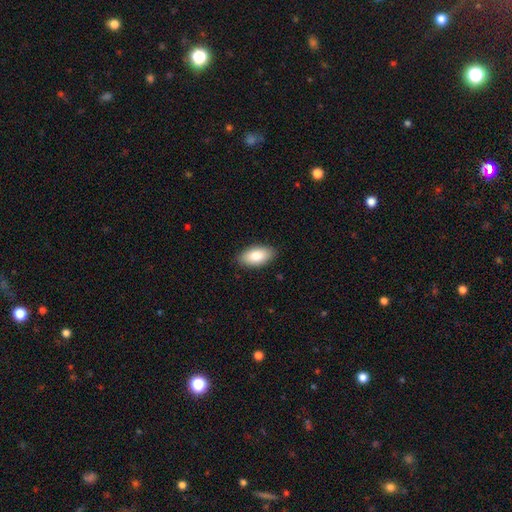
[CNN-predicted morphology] A smooth galaxy with no disk features (83%) that is in between round and cigar-shaped (93%). Merging: none (88%).